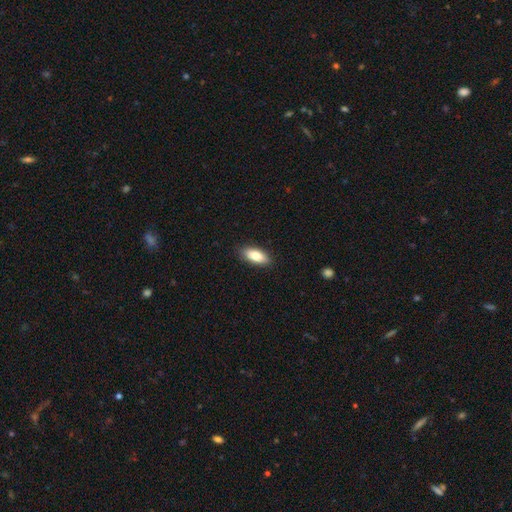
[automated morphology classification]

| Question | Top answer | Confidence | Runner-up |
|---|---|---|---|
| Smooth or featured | smooth | 82% | featured or disk (12%) |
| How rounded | in between | 83% | cigar-shaped (15%) |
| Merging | none | 89% | minor disturbance (8%) |